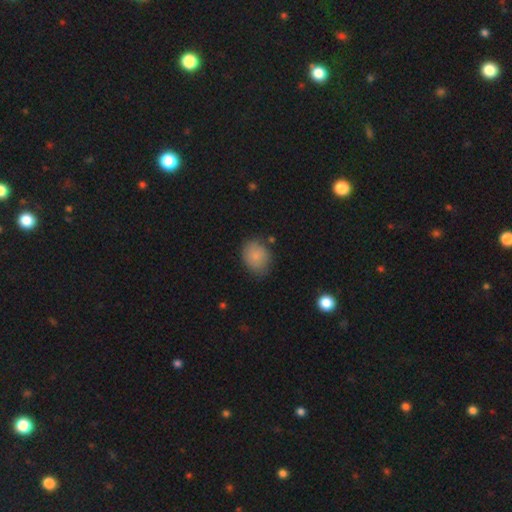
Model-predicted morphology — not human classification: Smooth or featured? Predicted: smooth (p=0.83). How rounded? Predicted: in between (p=0.59). Merging? Predicted: none (p=0.72).